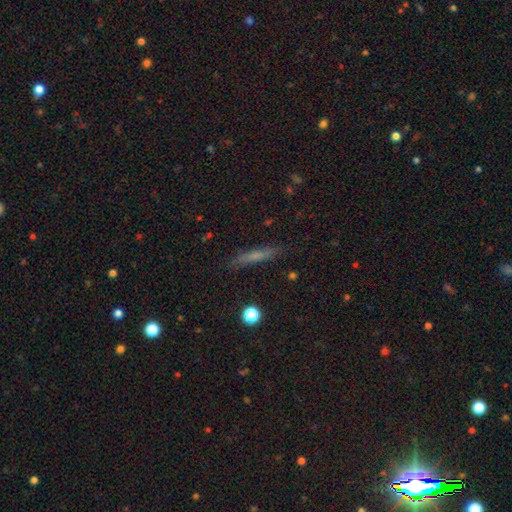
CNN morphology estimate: This appears to be a smooth galaxy with no disk features (58%) that is cigar-shaped (90%). Merging: none (85%).